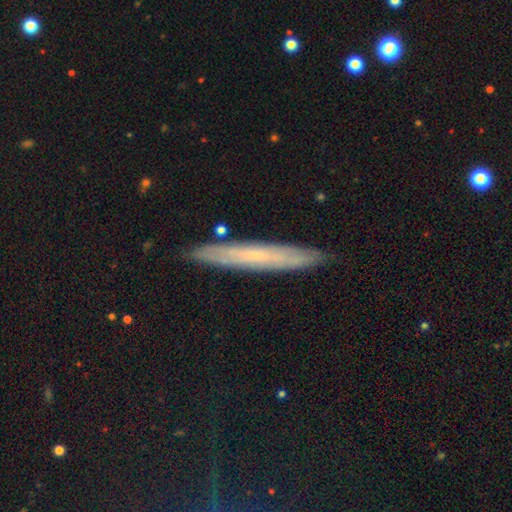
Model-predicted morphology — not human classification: Smooth or featured? Predicted: featured or disk (p=0.51). Edge-on disk? Predicted: yes (p=0.83). Merging? Predicted: none (p=0.88).